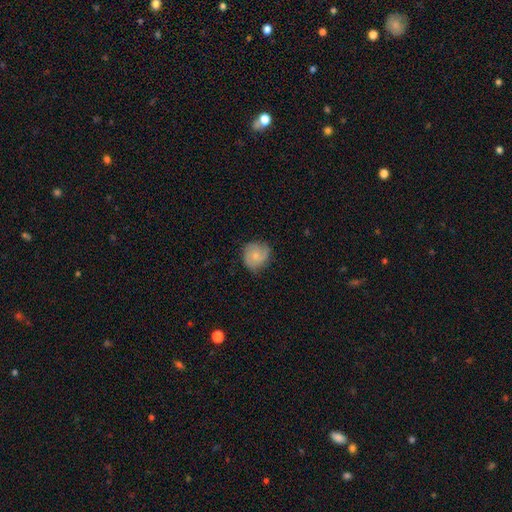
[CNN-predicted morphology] Smooth or featured?
  - featured or disk: 50% *
  - smooth: 42%
  - star or artifact: 7%
Edge-on disk?
  - no: 98% *
  - yes: 2%
Merging?
  - none: 74% *
  - minor disturbance: 20%
  - major disturbance: 5%
  - merger: 1%